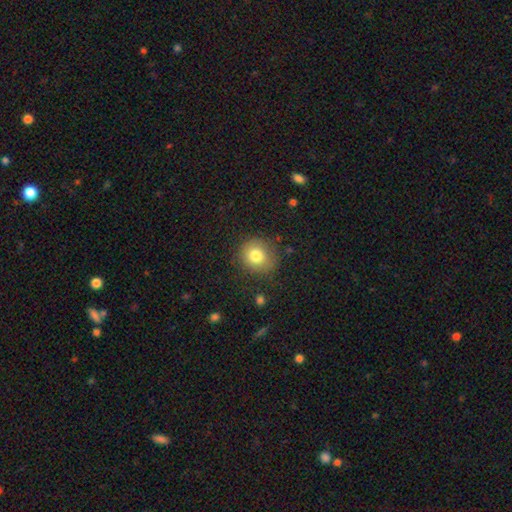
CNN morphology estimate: Q: Smooth or featured?
A: smooth (79%); runner-up: star or artifact (11%)
Q: How rounded?
A: round (84%); runner-up: in between (15%)
Q: Merging?
A: none (79%); runner-up: minor disturbance (14%)